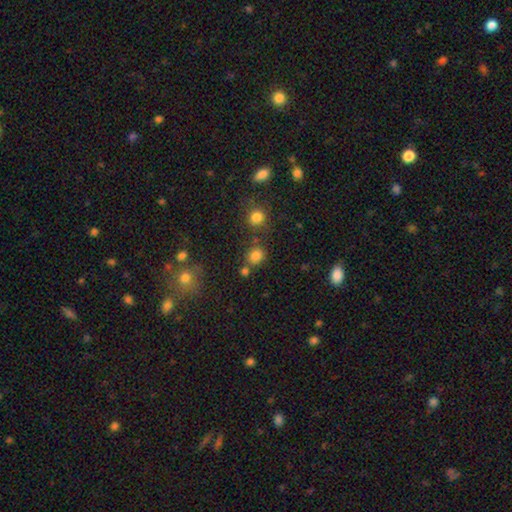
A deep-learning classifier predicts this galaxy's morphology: smooth-or-featured: smooth: 79% | star or artifact: 15% | featured or disk: 6%
  how-rounded: round: 74% | in between: 25% | cigar-shaped: 1%
  merging: none: 70% | merger: 14% | minor disturbance: 11% | major disturbance: 4%